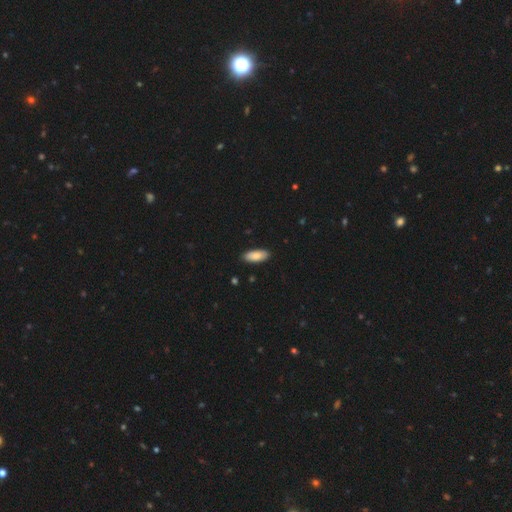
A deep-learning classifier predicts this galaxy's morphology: Q: Smooth or featured?
A: smooth (88%); runner-up: featured or disk (7%)
Q: How rounded?
A: in between (83%); runner-up: cigar-shaped (16%)
Q: Merging?
A: none (88%); runner-up: minor disturbance (10%)